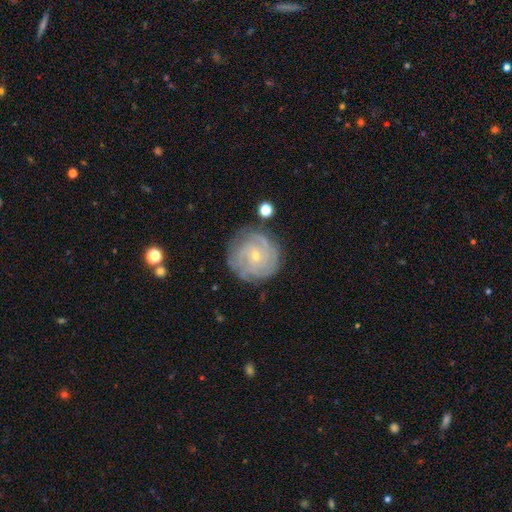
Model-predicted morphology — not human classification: This is likely a featured or disk galaxy (80%). It is clearly not viewed edge-on (97%). Bar: likely no (75%). Spiral arm pattern: clearly yes (94%). Spiral arm count: marginally can't tell (34%). Spiral winding: likely tight (77%). Central bulge: likely small (76%). Merging: likely none (80%).